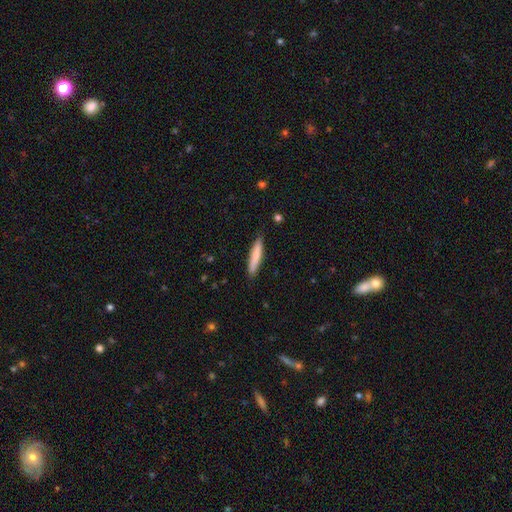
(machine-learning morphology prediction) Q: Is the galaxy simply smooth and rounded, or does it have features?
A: smooth — 79%.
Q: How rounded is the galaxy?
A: cigar-shaped — 89%.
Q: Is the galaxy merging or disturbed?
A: none — 86%.